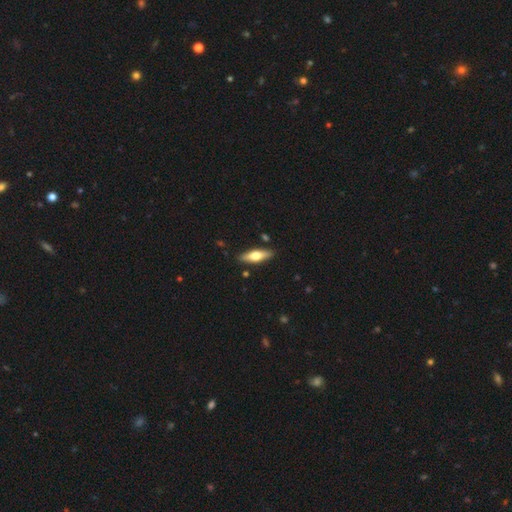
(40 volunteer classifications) featured or disk 50%, smooth 48%, star or artifact 2%. Down the decision tree: edge-on disk — yes (90%); edge-on bulge — rounded (100%); merging — none (97%).